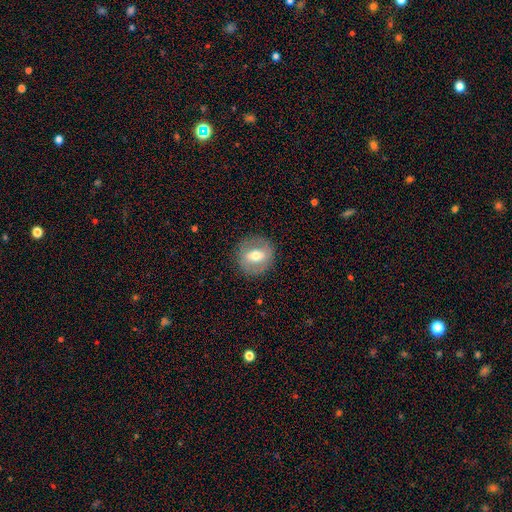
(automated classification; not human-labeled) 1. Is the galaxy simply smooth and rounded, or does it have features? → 47% smooth, 45% featured or disk, 8% star or artifact.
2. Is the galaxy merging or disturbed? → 86% none, 9% minor disturbance, 4% major disturbance, 1% merger.